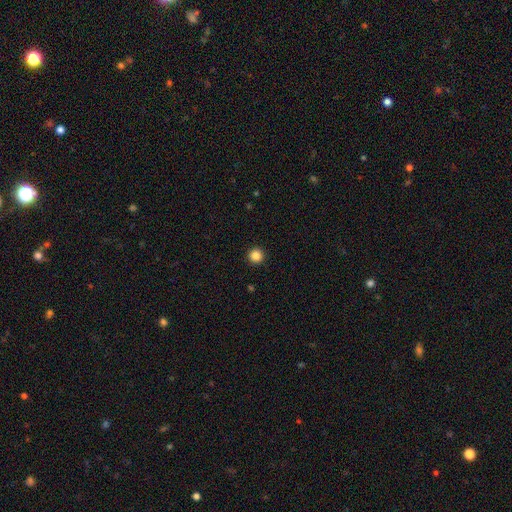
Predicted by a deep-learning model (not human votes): This appears to be a smooth galaxy with no disk features (85%) that is round (97%). Merging: none (94%).